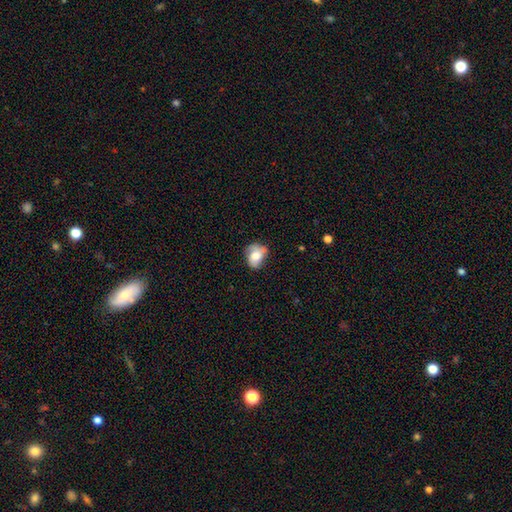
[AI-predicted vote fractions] Smooth or featured?
  - smooth: 59% *
  - featured or disk: 33%
  - star or artifact: 9%
How rounded?
  - in between: 57% *
  - round: 42%
  - cigar-shaped: 1%
Merging?
  - none: 46% *
  - minor disturbance: 34%
  - major disturbance: 16%
  - merger: 4%